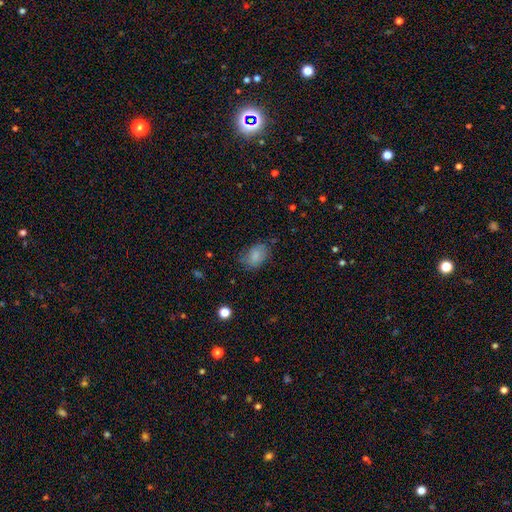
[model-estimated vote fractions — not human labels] Smooth or featured: smooth — 80% (featured or disk — 12%)
How rounded: in between — 81% (round — 17%)
Merging: none — 63% (minor disturbance — 27%)